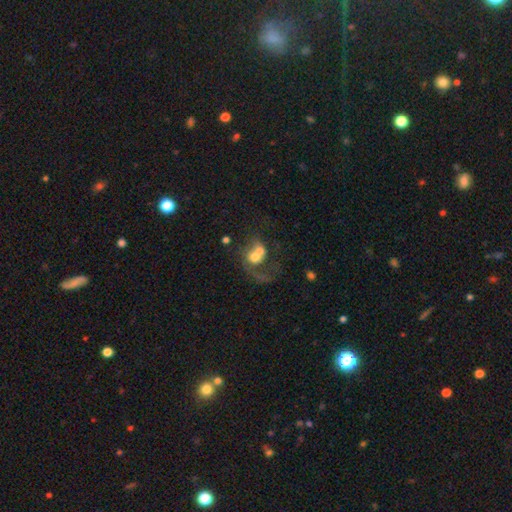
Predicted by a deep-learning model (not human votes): Smooth or featured?
  - featured or disk: 45% * (tied)
  - smooth: 45% * (tied)
  - star or artifact: 11%
Merging?
  - merger: 65% *
  - major disturbance: 17%
  - none: 12%
  - minor disturbance: 6%